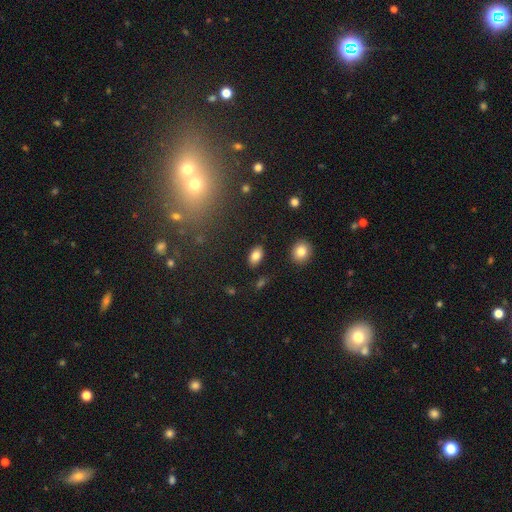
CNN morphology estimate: Overall: smooth (83%). How rounded: in between (91%). Merging: none (87%).